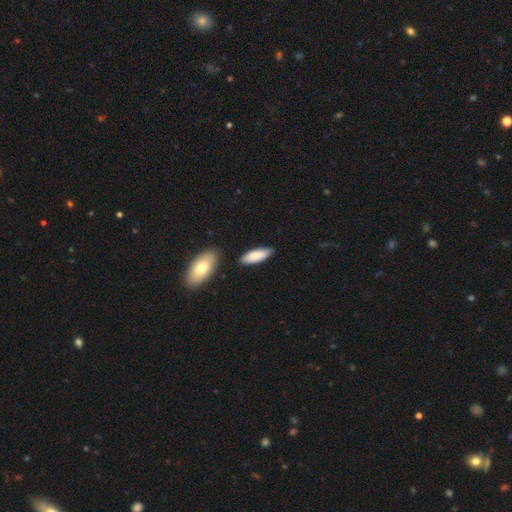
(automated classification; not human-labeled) Q: Smooth or featured?
A: smooth (86%); runner-up: featured or disk (9%)
Q: How rounded?
A: in between (65%); runner-up: cigar-shaped (34%)
Q: Merging?
A: none (81%); runner-up: minor disturbance (12%)